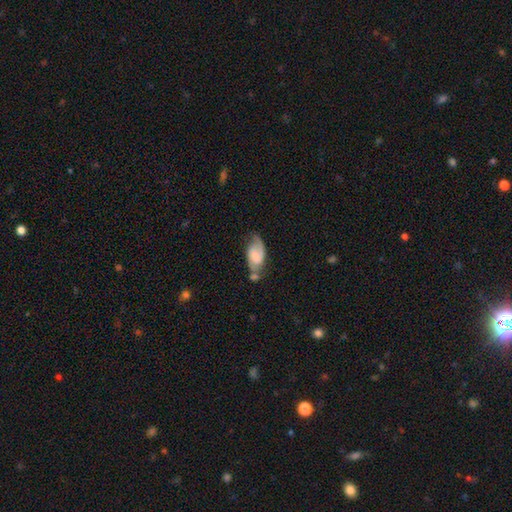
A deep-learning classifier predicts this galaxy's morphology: A featured or disk galaxy (64%) with a weak bar (44%), 2 (79%) medium (47%) spiral arms (91%) and a small central bulge (36%).

Vote fractions:
- Smooth or featured? featured or disk: 64% / smooth: 29% / star or artifact: 7%
- Edge-on disk? no: 95% / yes: 5%
- Bar? weak: 44% / no: 40% / strong: 16%
- Spiral arms? yes: 91% / no: 9%
- Spiral winding? medium: 47% / loose: 27% / tight: 26%
- Spiral arm count? 2: 79% / 1: 10% / can't tell: 8% / 3: 1% / 4: 1% / more than 4: 1%
- Bulge size? small: 36% / none: 33% / moderate: 21% / large: 8% / dominant: 2%
- Merging? none: 47% / minor disturbance: 24% / merger: 18% / major disturbance: 11%